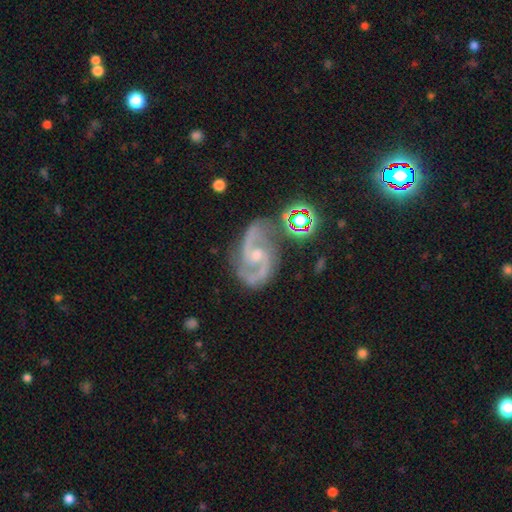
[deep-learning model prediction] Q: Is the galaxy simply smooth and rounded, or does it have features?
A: featured or disk — 90%.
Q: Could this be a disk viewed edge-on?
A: no — 98%.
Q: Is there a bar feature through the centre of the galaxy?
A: no — 47%.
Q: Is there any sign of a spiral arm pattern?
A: yes — 98%.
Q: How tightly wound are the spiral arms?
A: medium — 60%.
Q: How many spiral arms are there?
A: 2 — 92%.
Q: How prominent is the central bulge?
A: small — 55%.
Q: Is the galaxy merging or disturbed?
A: none — 70%.